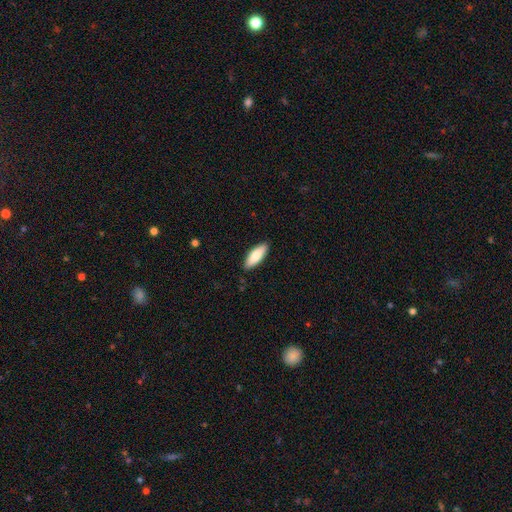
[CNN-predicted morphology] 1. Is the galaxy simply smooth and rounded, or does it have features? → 81% smooth, 13% featured or disk, 5% star or artifact.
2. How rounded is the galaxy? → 66% in between, 32% cigar-shaped, 2% round.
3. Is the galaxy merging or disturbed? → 88% none, 9% minor disturbance, 2% major disturbance, 1% merger.